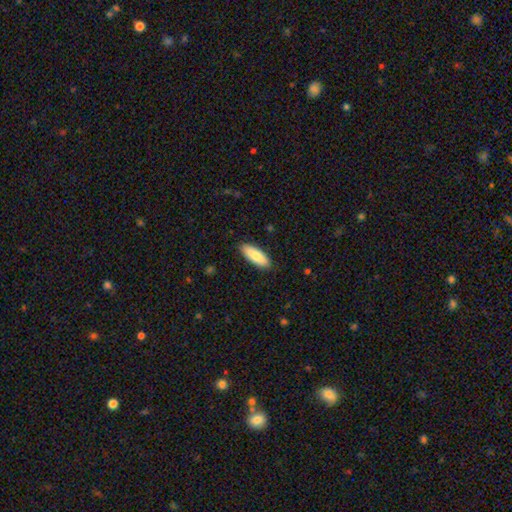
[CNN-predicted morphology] Smooth or featured? Predicted: smooth (p=0.86). How rounded? Predicted: in between (p=0.68). Merging? Predicted: none (p=0.89).